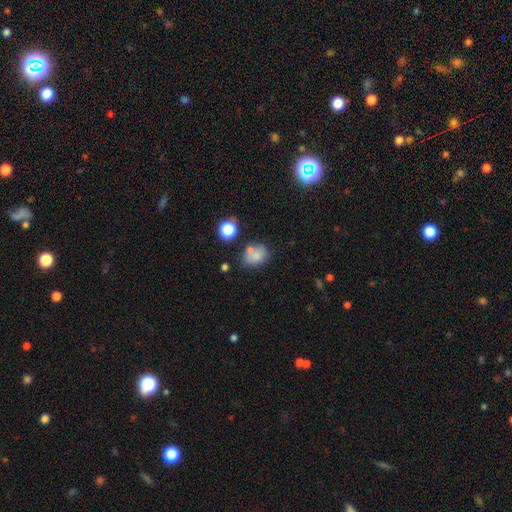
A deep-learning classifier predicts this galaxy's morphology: smooth_or_featured: smooth (p=0.75) [alt: star or artifact p=0.13]
how_rounded: in between (p=0.61) [alt: round p=0.38]
merging: none (p=0.57) [alt: minor disturbance p=0.18]